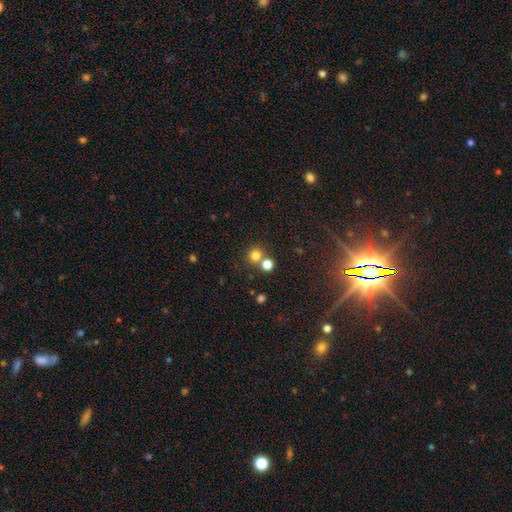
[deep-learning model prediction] smooth 77%, star or artifact 16%, featured or disk 7%. Down the decision tree: how rounded — round (90%); merging — none (62%).